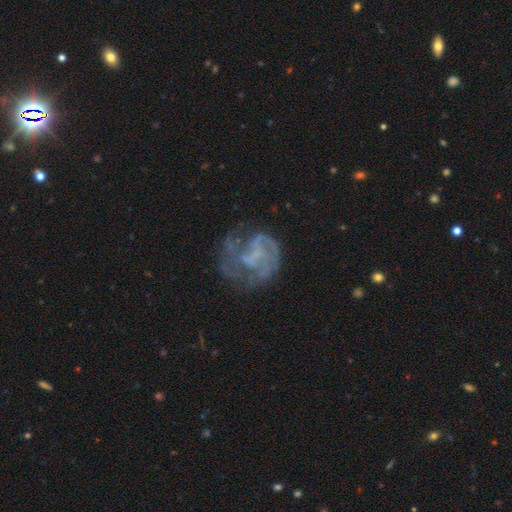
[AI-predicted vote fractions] Overall: featured or disk (76%). Edge-on disk: no (98%). Bar: no (60%; weak 32%). Spiral arms: yes (73%). Spiral arm count: can't tell (33%; 2 26%). Spiral winding: medium (40%; tight 34%). Bulge size: none (63%; small 24%). Merging: none (44%; major disturbance 33%).